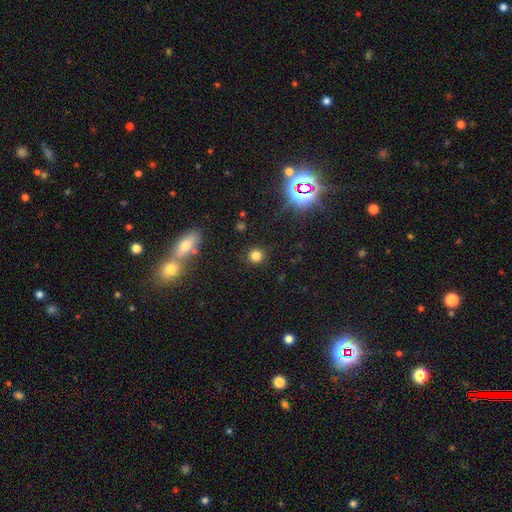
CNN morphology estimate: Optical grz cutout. It shows a smooth galaxy with no disk features (78%) that is round (90%). Merging: none (88%).